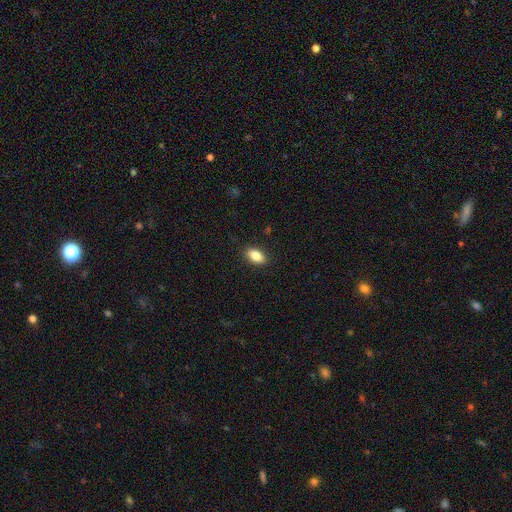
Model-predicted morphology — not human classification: Smooth or featured? smooth (86%)
How rounded? in between (91%)
Merging? none (89%)